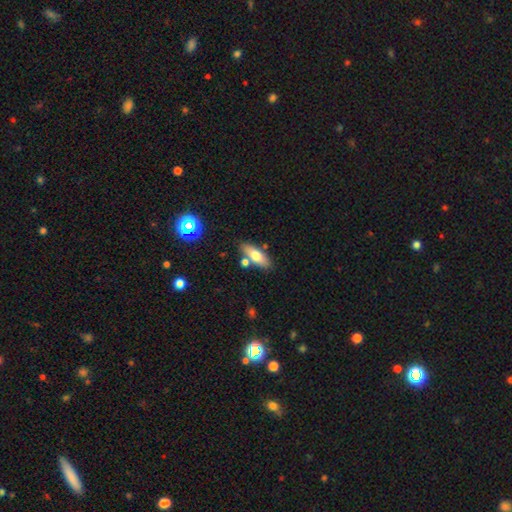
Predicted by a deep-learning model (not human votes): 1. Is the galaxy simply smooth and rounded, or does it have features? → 70% smooth, 22% featured or disk, 8% star or artifact.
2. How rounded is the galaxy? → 64% in between, 33% cigar-shaped, 3% round.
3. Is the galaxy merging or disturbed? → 74% none, 12% minor disturbance, 11% merger, 3% major disturbance.